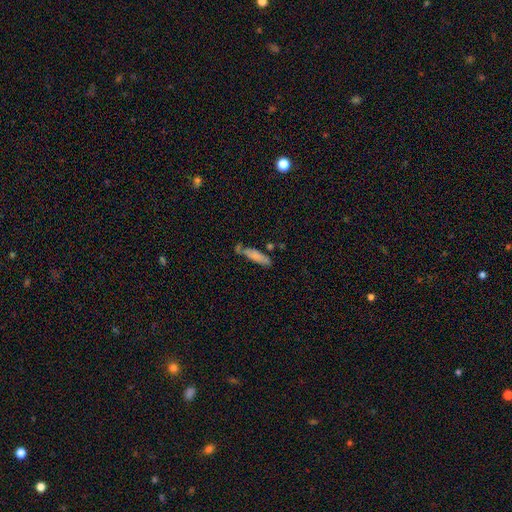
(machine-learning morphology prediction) A smooth galaxy with no disk features (76%) that is cigar-shaped (62%).

Vote fractions:
- Smooth or featured? smooth: 76% / featured or disk: 16% / star or artifact: 7%
- How rounded? cigar-shaped: 62% / in between: 37% / round: 2%
- Merging? none: 52% / minor disturbance: 23% / merger: 18% / major disturbance: 7%